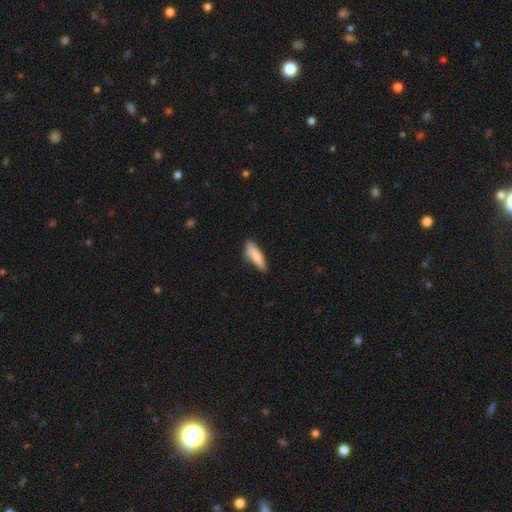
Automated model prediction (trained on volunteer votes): This is likely a smooth galaxy (80%). How rounded: possibly cigar-shaped (56%). Merging: likely none (61%).